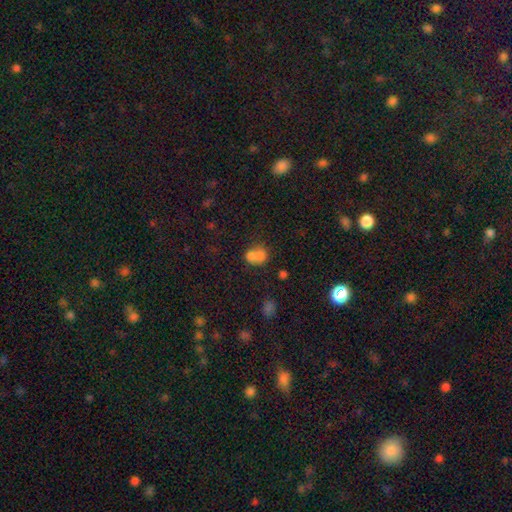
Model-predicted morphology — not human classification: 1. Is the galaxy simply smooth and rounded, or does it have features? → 72% smooth, 16% featured or disk, 12% star or artifact.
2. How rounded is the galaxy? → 62% round, 37% in between, 1% cigar-shaped.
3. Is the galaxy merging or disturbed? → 62% merger, 26% none, 8% minor disturbance, 4% major disturbance.